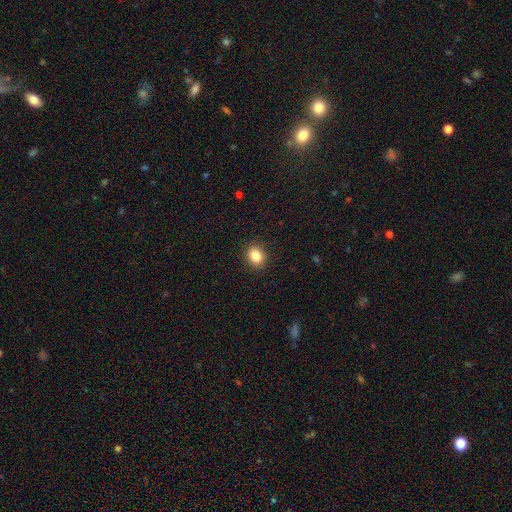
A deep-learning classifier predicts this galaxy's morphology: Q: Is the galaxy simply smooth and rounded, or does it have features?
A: smooth — 86%.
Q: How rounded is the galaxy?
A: in between — 51%.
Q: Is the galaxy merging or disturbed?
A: none — 90%.